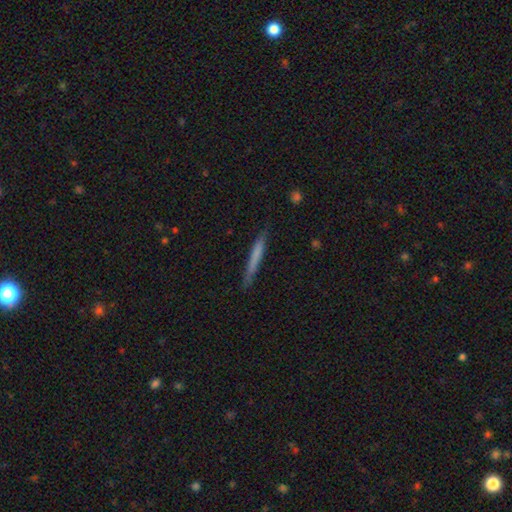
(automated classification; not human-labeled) Smooth or featured? Predicted: smooth (p=0.63). How rounded? Predicted: cigar-shaped (p=0.96). Merging? Predicted: none (p=0.83).